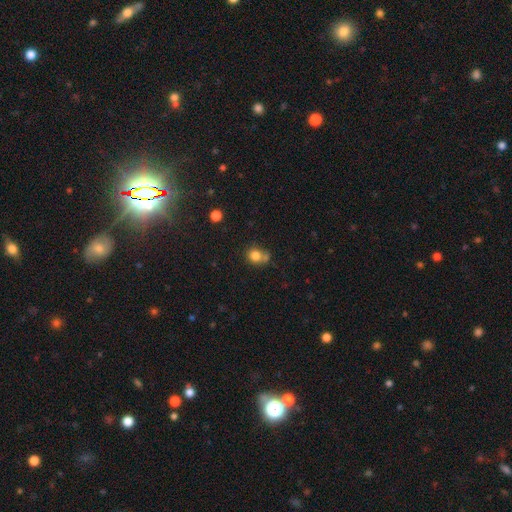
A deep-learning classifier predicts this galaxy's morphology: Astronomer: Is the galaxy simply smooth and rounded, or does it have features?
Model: smooth — 80%.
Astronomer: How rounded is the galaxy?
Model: round — 77%.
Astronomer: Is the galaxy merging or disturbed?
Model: none — 51%.